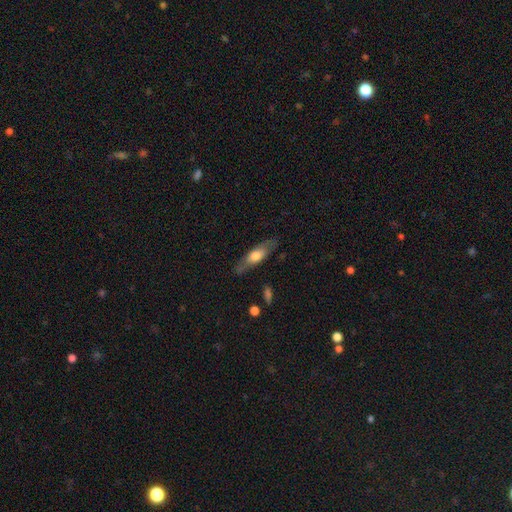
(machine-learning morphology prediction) type=smooth (51%); roundness=cigar-shaped (49%, tied with in between); merging=none (78%).